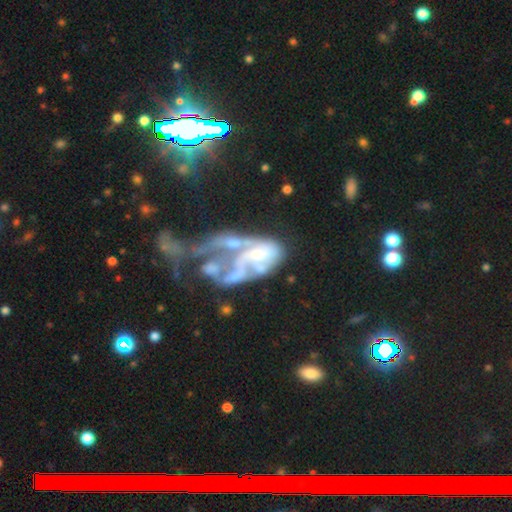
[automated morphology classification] smooth_or_featured: featured or disk (p=0.71) [alt: smooth p=0.16]
disk_edge_on: no (p=0.97) [alt: yes p=0.03]
bar: no (p=0.74) [alt: weak p=0.19]
has_spiral_arms: no (p=0.50) [tied with: yes p=0.50]
bulge_size: small (p=0.36) [alt: moderate p=0.31]
merging: merger (p=0.48) [alt: major disturbance p=0.37]